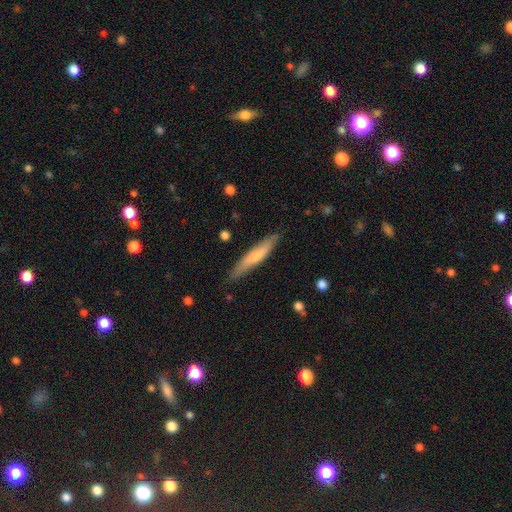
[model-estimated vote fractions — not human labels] This appears to be a smooth galaxy with no disk features (61%) that is cigar-shaped (90%). Merging: none (85%).